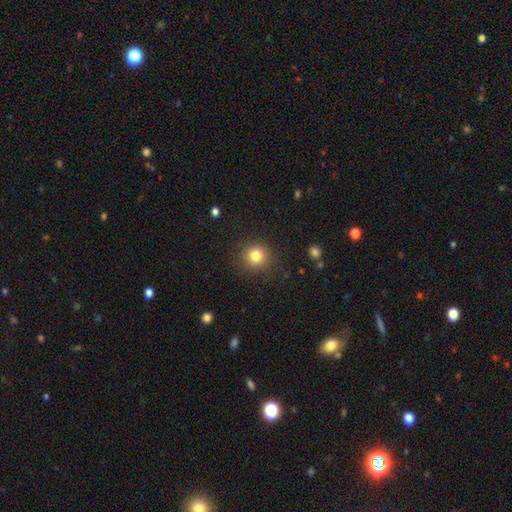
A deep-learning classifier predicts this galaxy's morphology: smooth 82%, star or artifact 12%, featured or disk 7%. Down the decision tree: how rounded — round (92%); merging — none (88%).